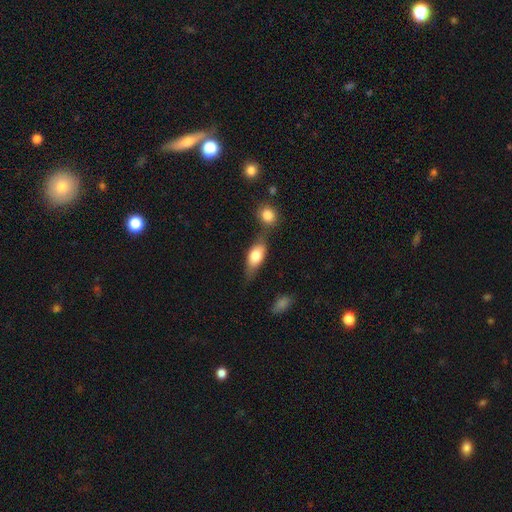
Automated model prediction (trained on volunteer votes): Smooth or featured?
  - smooth: 69% *
  - featured or disk: 24%
  - star or artifact: 7%
How rounded?
  - in between: 80% *
  - cigar-shaped: 13%
  - round: 7%
Merging?
  - none: 47% *
  - merger: 26%
  - minor disturbance: 20%
  - major disturbance: 7%